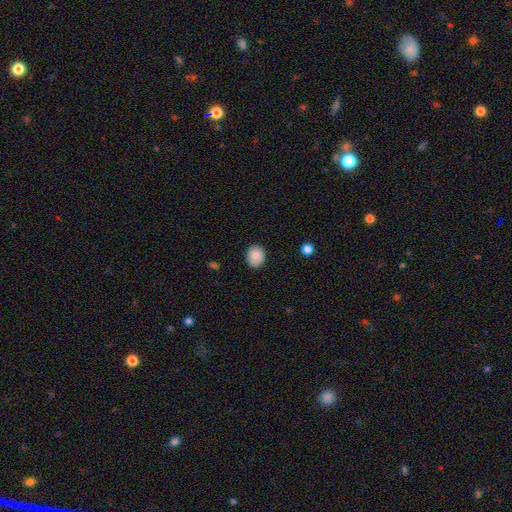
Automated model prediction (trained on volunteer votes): This appears to be a smooth galaxy with no disk features (87%) that is round (56%). Merging: none (84%).